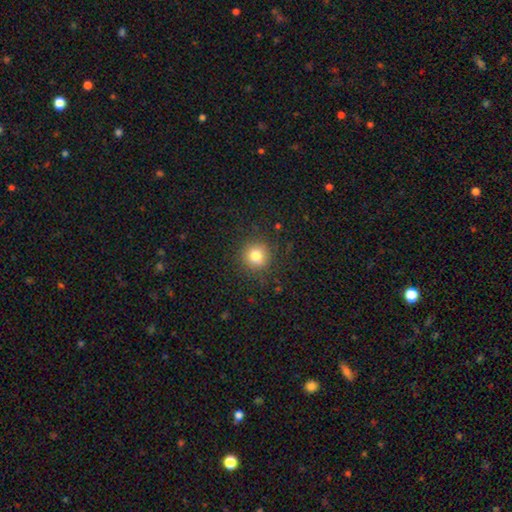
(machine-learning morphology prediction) This appears to be a smooth galaxy with no disk features (80%) that is round (93%). Merging: none (88%).